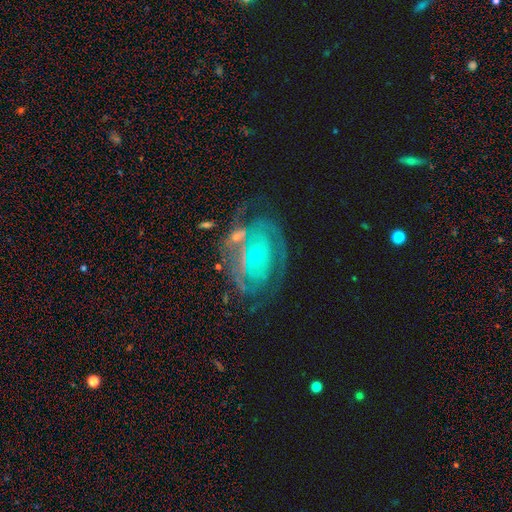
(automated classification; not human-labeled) The model was most divided on "spiral arm count": can't tell: 37%, 2: 33%, 3: 14%, 4: 6%, 1: 6%, more than 4: 5%. More confident: edge-on disk — no (96%); spiral arms — yes (86%); smooth or featured — featured or disk (83%); spiral winding — tight (66%); bar — no (65%); bulge size — small (64%); merging — none (54%).